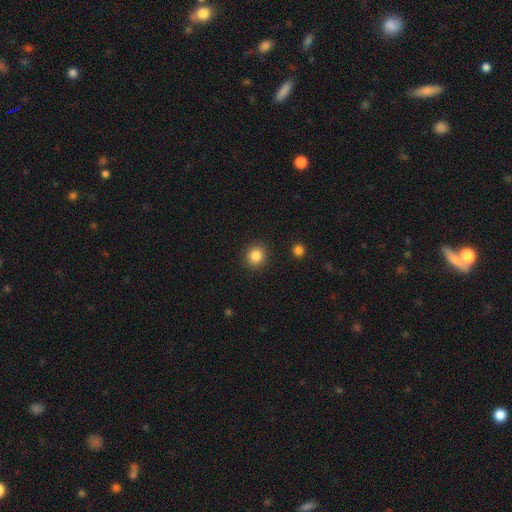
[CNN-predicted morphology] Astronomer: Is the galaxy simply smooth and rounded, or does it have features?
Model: smooth — 85%.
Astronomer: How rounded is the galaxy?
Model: round — 86%.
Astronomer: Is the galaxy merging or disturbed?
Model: none — 90%.